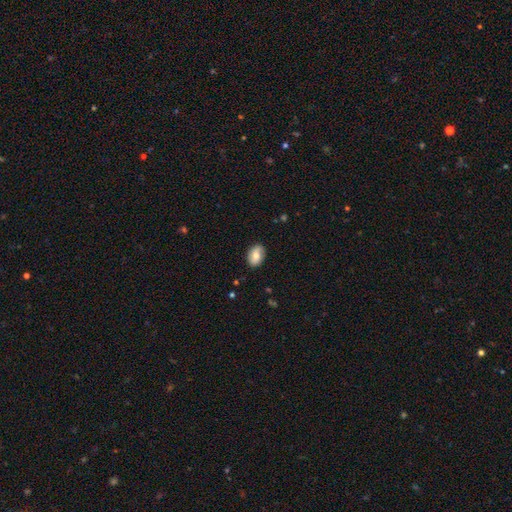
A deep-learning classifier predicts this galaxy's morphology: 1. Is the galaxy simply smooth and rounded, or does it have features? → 70% smooth, 22% featured or disk, 7% star or artifact.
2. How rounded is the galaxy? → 83% in between, 15% round, 1% cigar-shaped.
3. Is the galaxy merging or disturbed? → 82% none, 14% minor disturbance, 3% major disturbance, 1% merger.